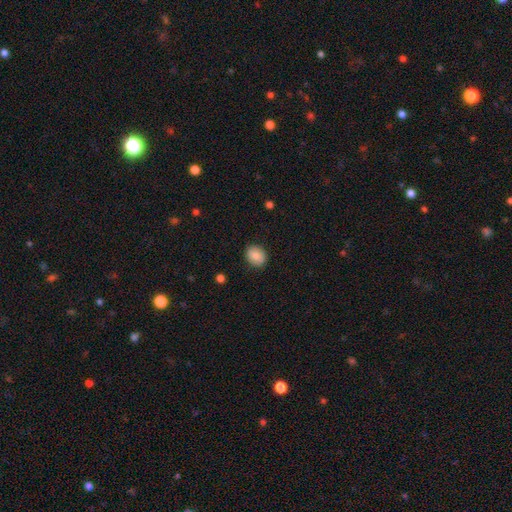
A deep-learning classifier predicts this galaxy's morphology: A smooth galaxy with no disk features (84%) that is round (61%). Merging: none (87%).